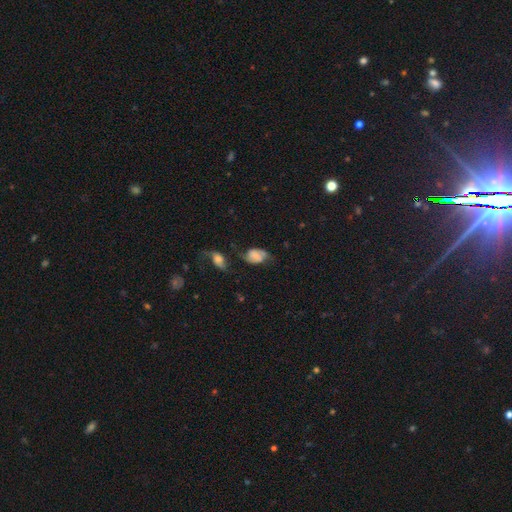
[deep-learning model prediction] Q: Smooth or featured?
A: smooth (50%); runner-up: featured or disk (40%)
Q: Merging?
A: none (41%); runner-up: minor disturbance (27%)